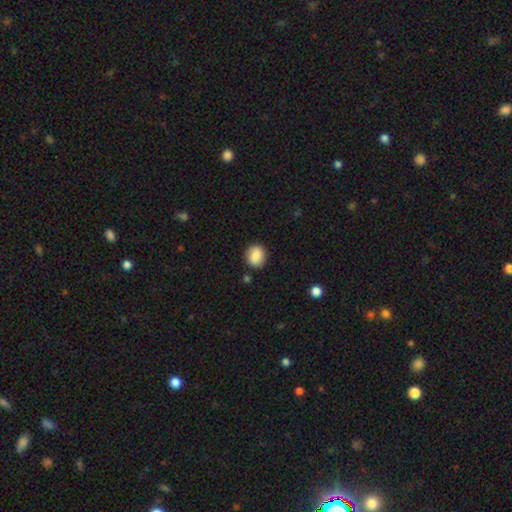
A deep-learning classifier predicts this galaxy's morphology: Q: Smooth or featured?
A: smooth (87%); runner-up: star or artifact (8%)
Q: How rounded?
A: round (68%); runner-up: in between (31%)
Q: Merging?
A: none (86%); runner-up: minor disturbance (10%)